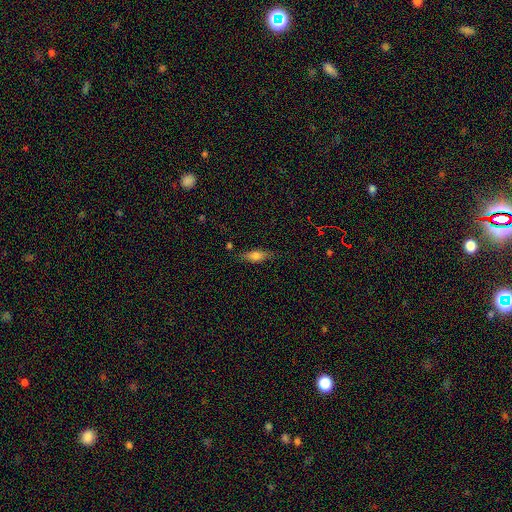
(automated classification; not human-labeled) This is likely a smooth galaxy (61%). How rounded: possibly in between (57%). Merging: likely none (78%).